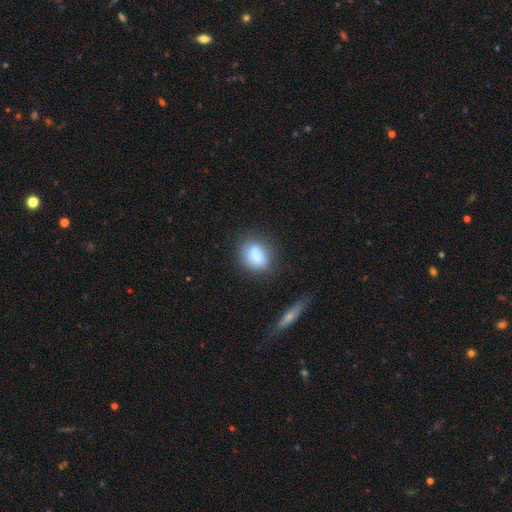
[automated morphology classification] Smooth or featured?
  - smooth: 81% *
  - featured or disk: 10%
  - star or artifact: 9%
How rounded?
  - in between: 59% *
  - round: 39%
  - cigar-shaped: 2%
Merging?
  - none: 66% *
  - minor disturbance: 20%
  - major disturbance: 7%
  - merger: 6%